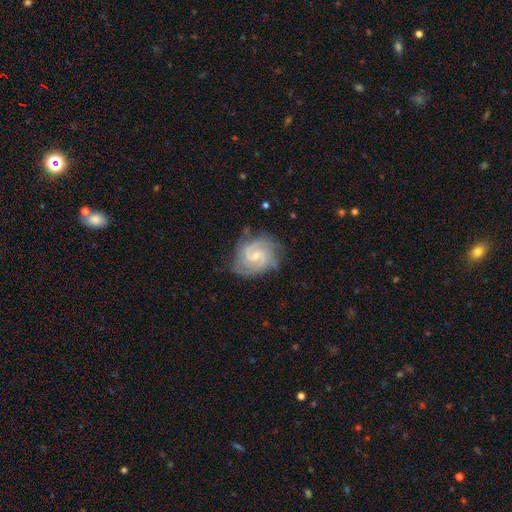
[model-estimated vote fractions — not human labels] The model was most divided on "bar": weak: 49%, no: 42%, strong: 10%. Remaining: spiral arms — yes (98%); edge-on disk — no (98%); smooth or featured — featured or disk (90%); merging — none (73%); bulge size — small (63%); spiral winding — tight (57%); spiral arm count — 2 (50%).